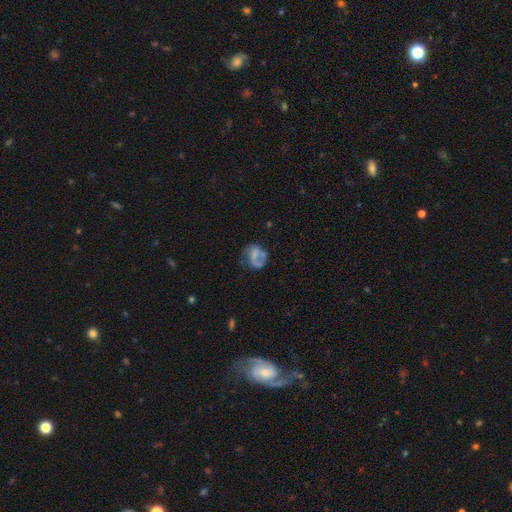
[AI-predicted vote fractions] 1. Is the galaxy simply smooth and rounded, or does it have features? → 45% featured or disk (tied), 45% smooth (tied), 10% star or artifact.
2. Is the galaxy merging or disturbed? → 42% none, 28% major disturbance, 24% minor disturbance, 6% merger.